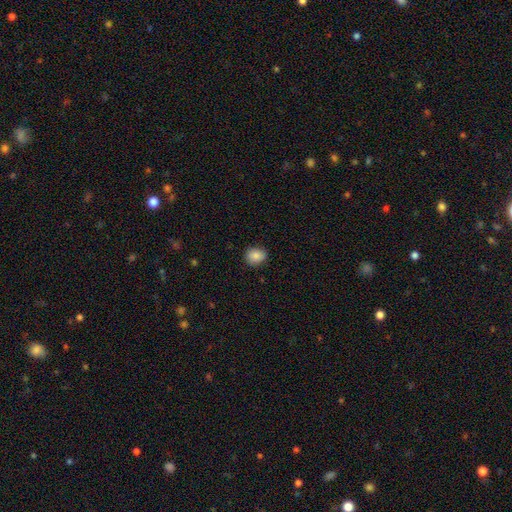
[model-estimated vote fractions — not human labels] Smooth or featured?
  - smooth: 86% *
  - star or artifact: 8%
  - featured or disk: 6%
How rounded?
  - round: 61% *
  - in between: 38%
  - cigar-shaped: 1%
Merging?
  - none: 86% *
  - minor disturbance: 11%
  - major disturbance: 2%
  - merger: 1%